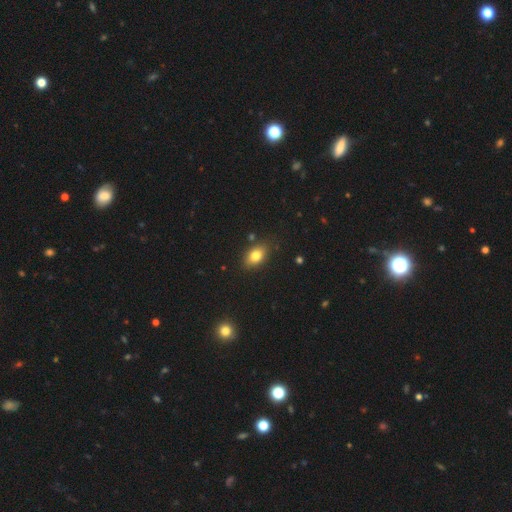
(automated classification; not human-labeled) Smooth or featured? Predicted: smooth (p=0.80). How rounded? Predicted: in between (p=0.84). Merging? Predicted: none (p=0.82).